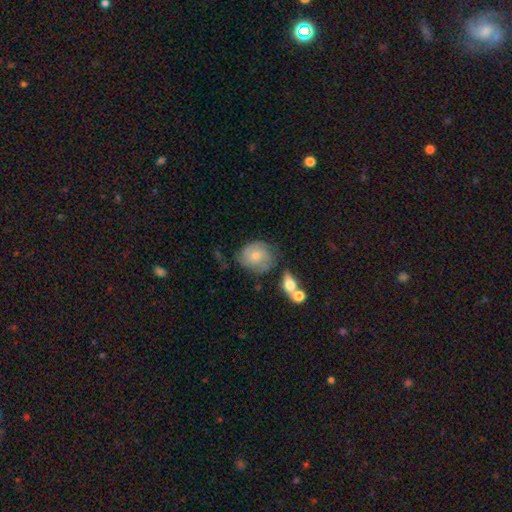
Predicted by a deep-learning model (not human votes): A smooth galaxy with no disk features (50%). Merging: none (57%).